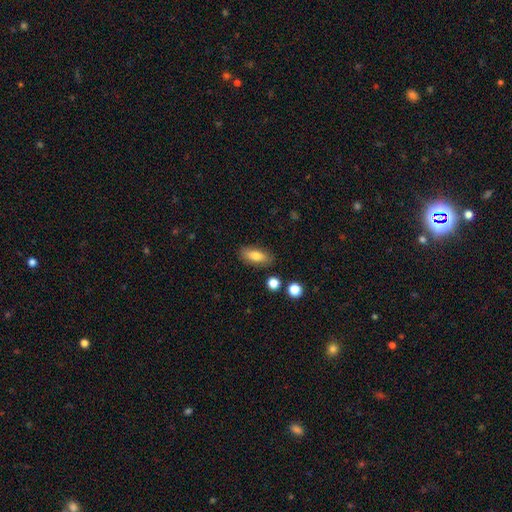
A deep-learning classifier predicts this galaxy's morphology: This is likely a smooth galaxy (76%). How rounded: likely in between (76%). Merging: clearly none (85%).